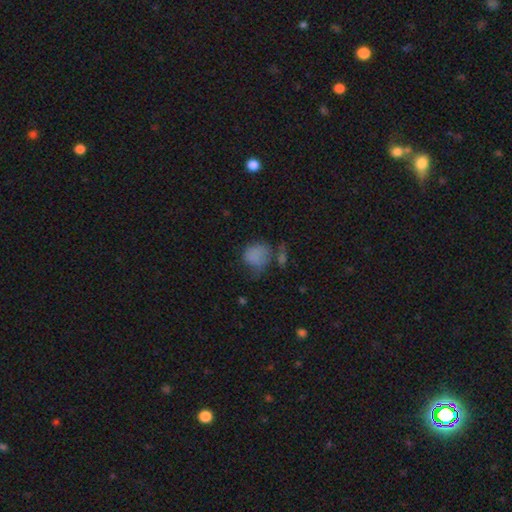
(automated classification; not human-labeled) Morphology: type=smooth (76%); roundness=round (66%); merging=none (35%).